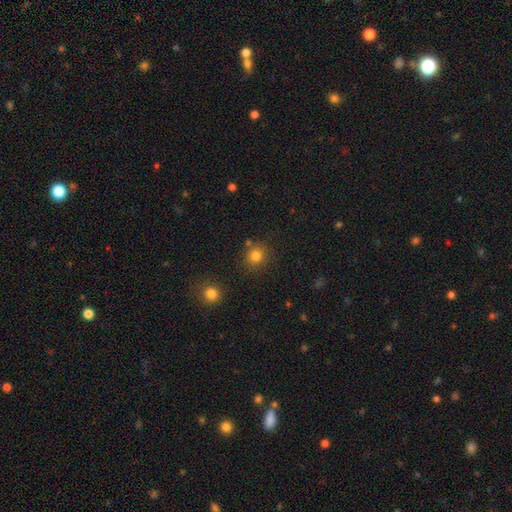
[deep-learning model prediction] Smooth or featured?
  - smooth: 81% *
  - star or artifact: 13%
  - featured or disk: 5%
How rounded?
  - round: 88% *
  - in between: 11%
  - cigar-shaped: 1%
Merging?
  - none: 83% *
  - minor disturbance: 8%
  - merger: 6%
  - major disturbance: 3%